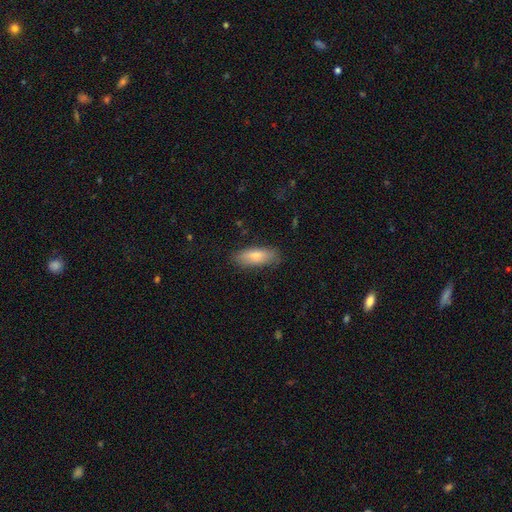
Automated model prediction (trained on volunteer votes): The model was most divided on "how rounded": in between: 67%, cigar-shaped: 31%, round: 2%. More confident: merging — none (81%); smooth or featured — smooth (79%).